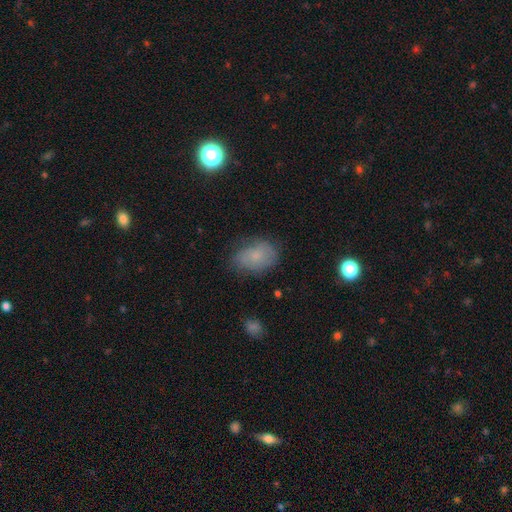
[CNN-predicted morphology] A smooth galaxy with no disk features (69%) that is in between round and cigar-shaped (82%). Merging: none (68%).